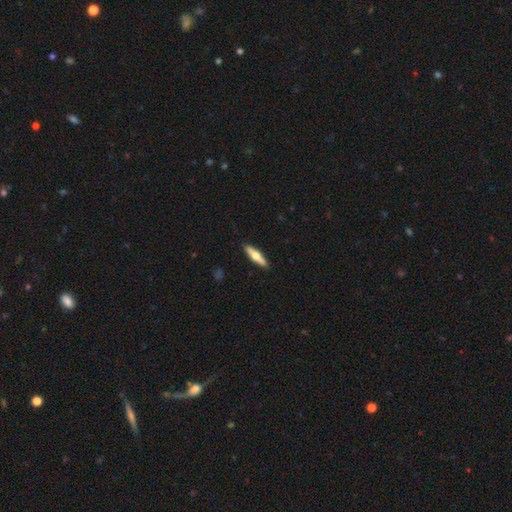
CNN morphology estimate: smooth_or_featured: featured or disk (p=0.50) [alt: smooth p=0.45]
merging: none (p=0.90) [alt: minor disturbance p=0.07]